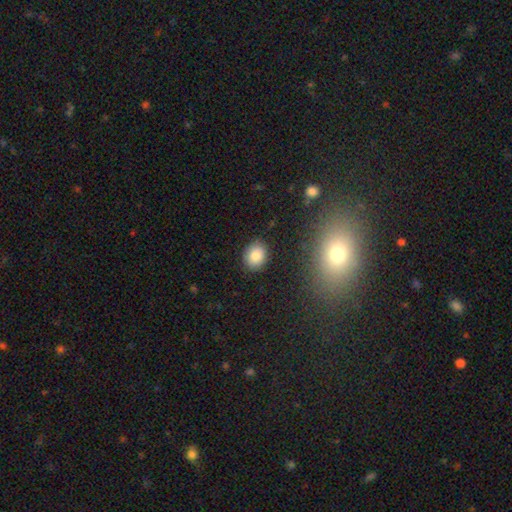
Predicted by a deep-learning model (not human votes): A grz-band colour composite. It shows a smooth galaxy with no disk features (83%) that is round (54%). Merging: none (87%).